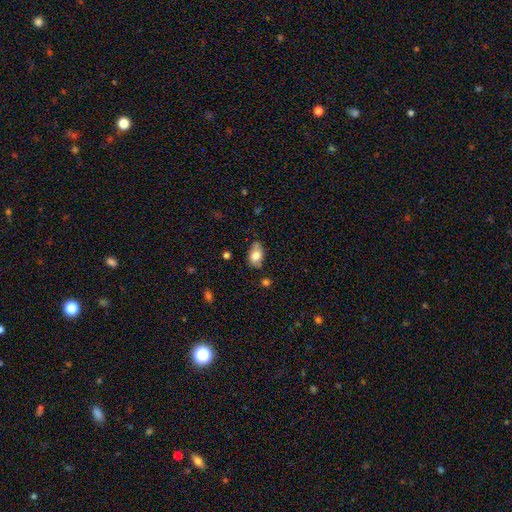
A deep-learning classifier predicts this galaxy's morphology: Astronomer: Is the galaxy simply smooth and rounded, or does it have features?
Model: smooth — 79%.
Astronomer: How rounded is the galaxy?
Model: in between — 88%.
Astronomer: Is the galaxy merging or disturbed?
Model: none — 66%.